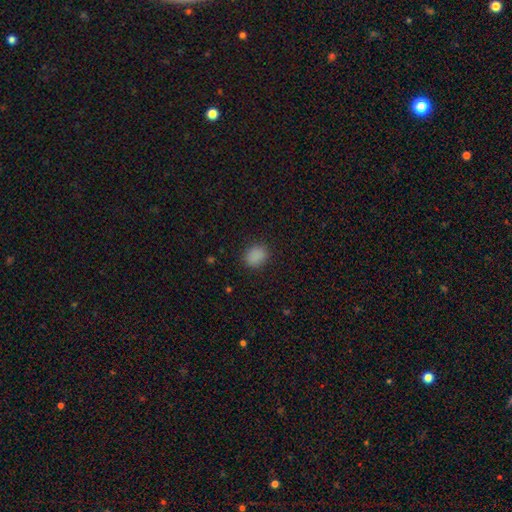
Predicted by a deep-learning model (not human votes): This is clearly a smooth galaxy (86%). How rounded: possibly round (55%). Merging: clearly none (87%).